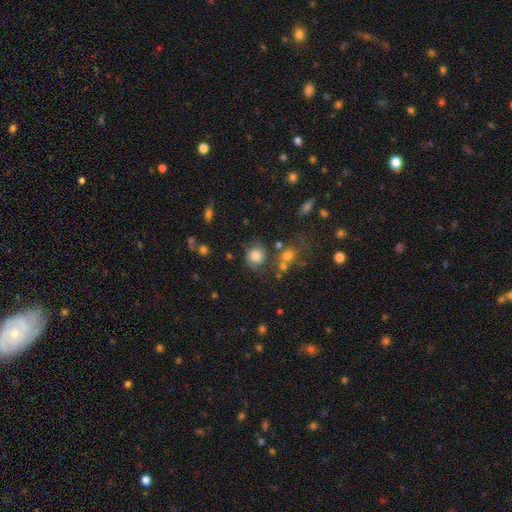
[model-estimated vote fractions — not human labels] This is likely a smooth galaxy (77%). How rounded: clearly round (81%). Merging: likely none (65%).